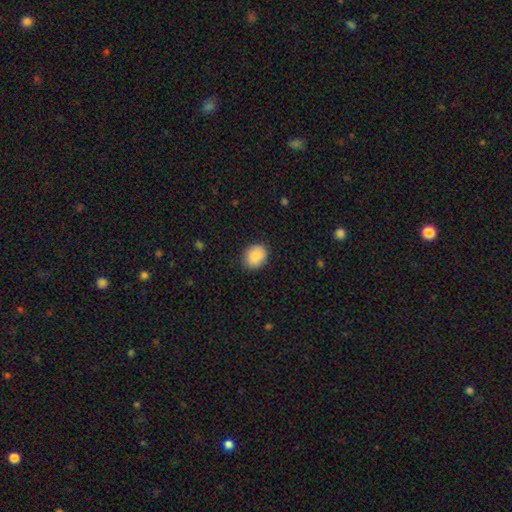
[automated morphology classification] Q: Smooth or featured?
A: smooth (88%); runner-up: star or artifact (7%)
Q: How rounded?
A: round (61%); runner-up: in between (38%)
Q: Merging?
A: none (86%); runner-up: minor disturbance (11%)